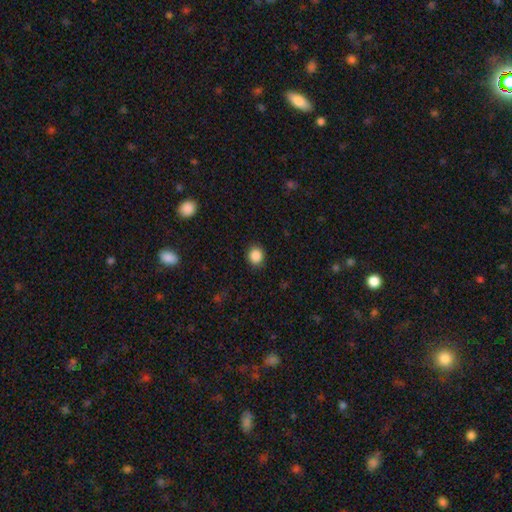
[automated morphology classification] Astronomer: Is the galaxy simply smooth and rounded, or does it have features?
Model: smooth — 88%.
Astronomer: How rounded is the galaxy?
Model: round — 79%.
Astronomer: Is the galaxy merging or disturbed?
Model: none — 89%.